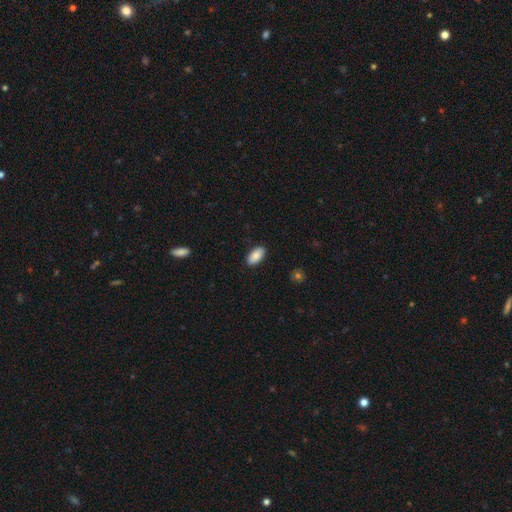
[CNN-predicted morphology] smooth_or_featured: smooth (p=0.88) [alt: star or artifact p=0.06]
how_rounded: in between (p=0.94) [alt: cigar-shaped p=0.04]
merging: none (p=0.89) [alt: minor disturbance p=0.08]